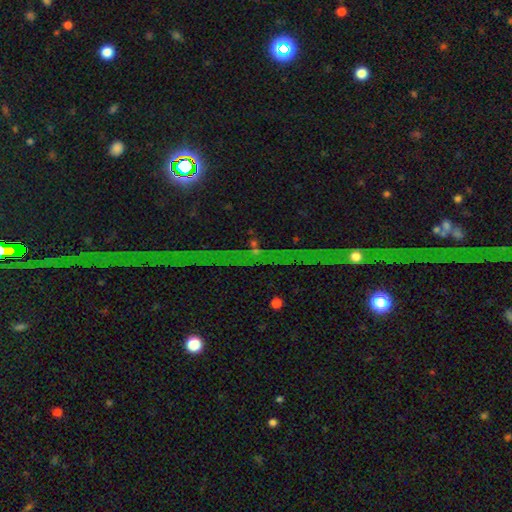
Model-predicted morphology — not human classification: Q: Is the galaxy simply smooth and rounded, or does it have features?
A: star or artifact — 78%.